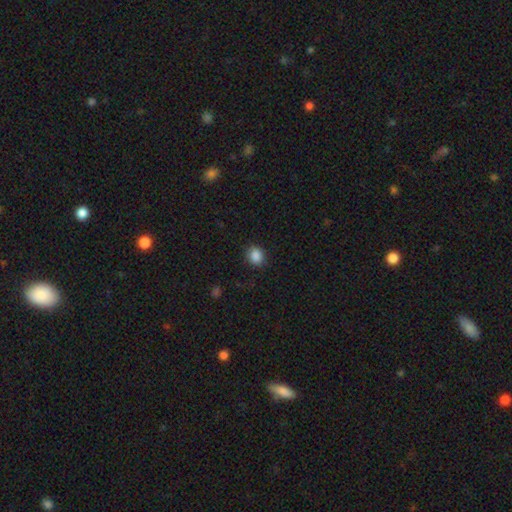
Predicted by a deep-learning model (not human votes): The model was most divided on "how rounded": round: 68%, in between: 31%, cigar-shaped: 1%. More confident: smooth or featured — smooth (87%); merging — none (86%).